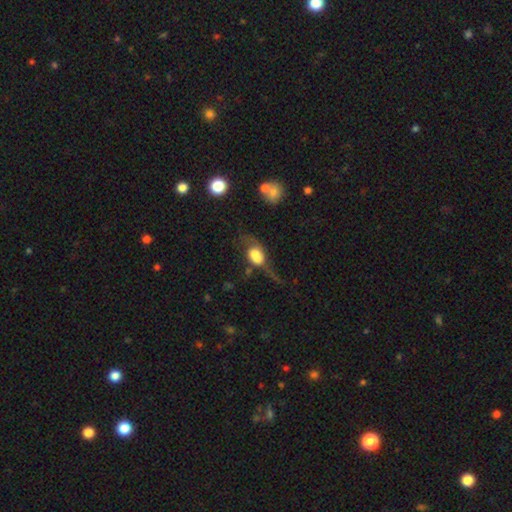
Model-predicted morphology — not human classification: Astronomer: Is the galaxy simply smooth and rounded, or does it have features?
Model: smooth — 50% (runner-up: featured or disk, 40%).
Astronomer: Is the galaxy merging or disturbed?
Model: major disturbance — 41% (runner-up: none, 22%).